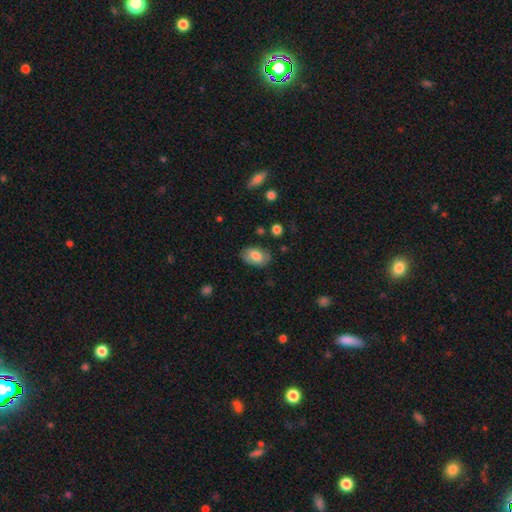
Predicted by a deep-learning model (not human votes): Smooth or featured?
  - smooth: 76% *
  - featured or disk: 16%
  - star or artifact: 7%
How rounded?
  - in between: 88% *
  - round: 11%
  - cigar-shaped: 1%
Merging?
  - none: 80% *
  - minor disturbance: 15%
  - major disturbance: 3%
  - merger: 2%